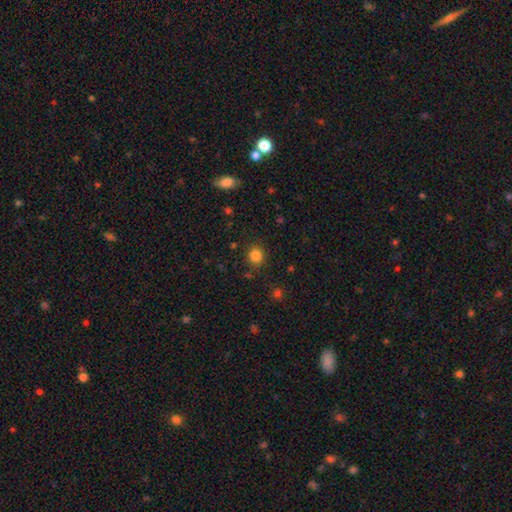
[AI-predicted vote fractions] Smooth or featured? smooth (83%)
How rounded? round (82%)
Merging? none (86%)